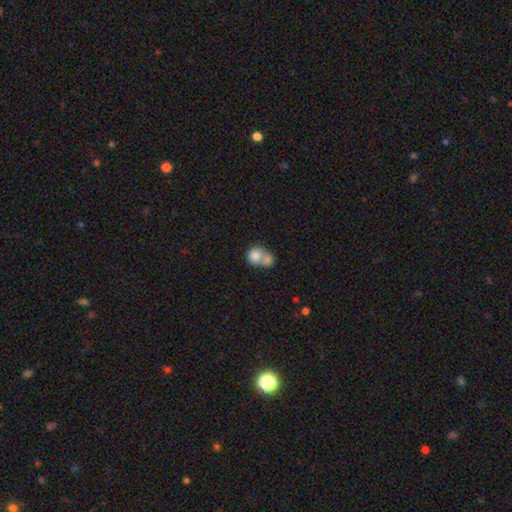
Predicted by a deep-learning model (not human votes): This appears to be a smooth galaxy with no disk features (80%) that is round (77%). Merging: merger (68%).